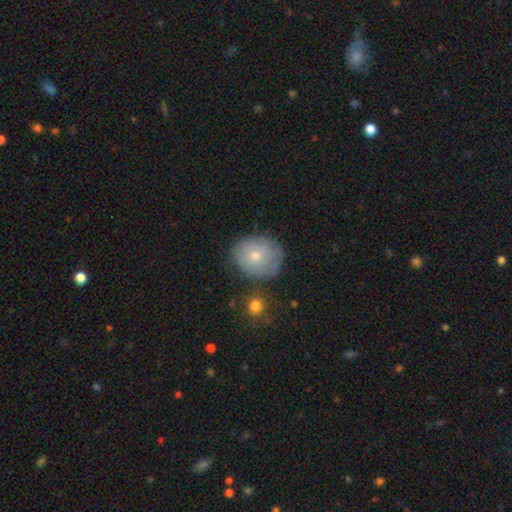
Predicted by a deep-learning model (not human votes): A smooth galaxy with no disk features (61%) that is round (74%).

Vote fractions:
- Smooth or featured? smooth: 61% / featured or disk: 31% / star or artifact: 8%
- How rounded? round: 74% / in between: 25% / cigar-shaped: 1%
- Merging? none: 69% / minor disturbance: 21% / major disturbance: 6% / merger: 4%